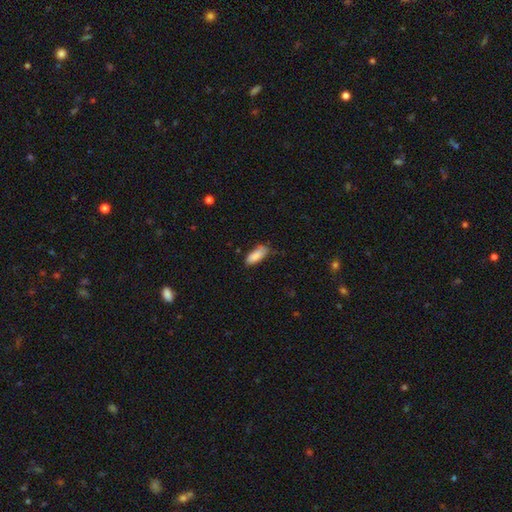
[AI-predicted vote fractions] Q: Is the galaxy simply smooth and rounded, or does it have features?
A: smooth — 87%.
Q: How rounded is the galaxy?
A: in between — 81%.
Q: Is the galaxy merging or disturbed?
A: none — 66%.